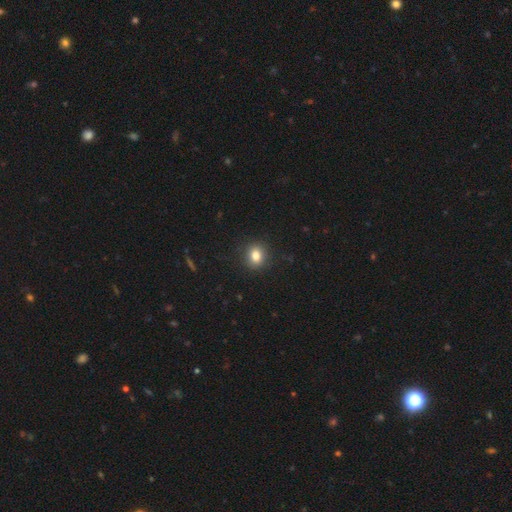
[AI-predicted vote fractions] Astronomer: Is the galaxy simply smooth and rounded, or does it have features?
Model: smooth — 82%.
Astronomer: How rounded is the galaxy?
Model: round — 71%.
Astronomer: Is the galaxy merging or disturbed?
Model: none — 90%.